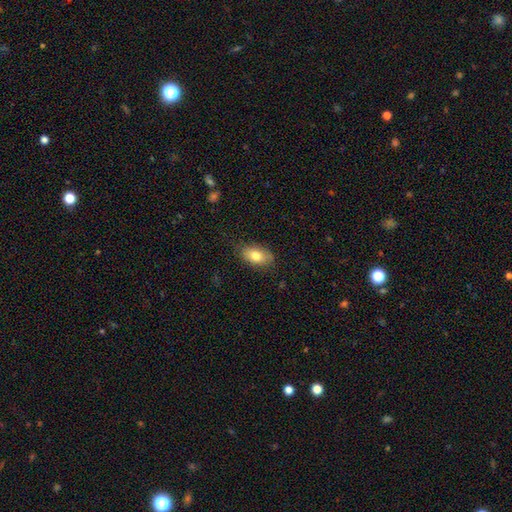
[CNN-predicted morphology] A smooth galaxy with no disk features (79%) that is in between round and cigar-shaped (90%). Merging: none (80%).